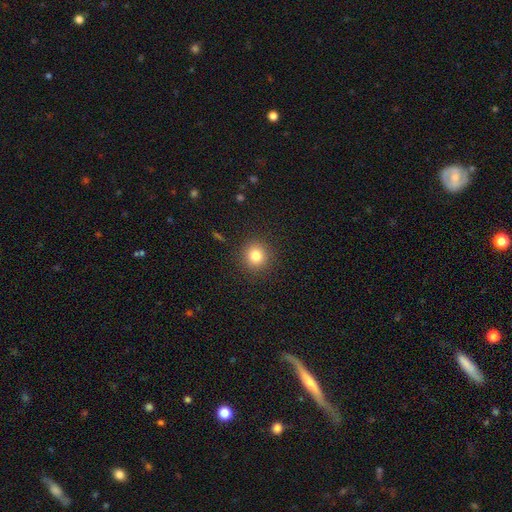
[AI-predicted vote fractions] This is clearly a smooth galaxy (81%). How rounded: clearly round (93%). Merging: clearly none (91%).